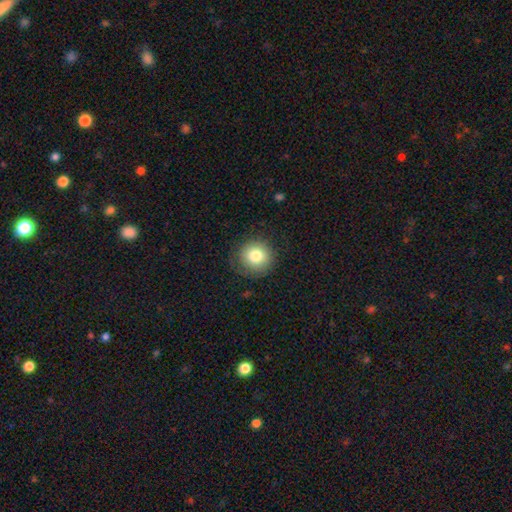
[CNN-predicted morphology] This appears to be a smooth galaxy with no disk features (80%) that is round (92%). Merging: none (81%).